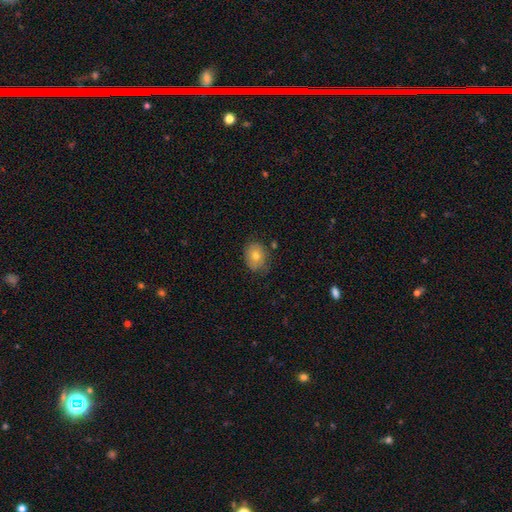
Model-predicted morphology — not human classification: Smooth or featured? Predicted: smooth (p=0.69). How rounded? Predicted: in between (p=0.52). Merging? Predicted: none (p=0.72).